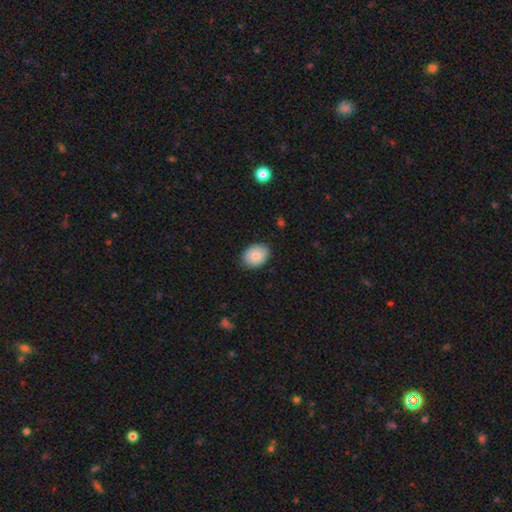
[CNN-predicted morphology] smooth 84%, featured or disk 9%, star or artifact 7%. Down the decision tree: how rounded — in between (71%); merging — none (86%).